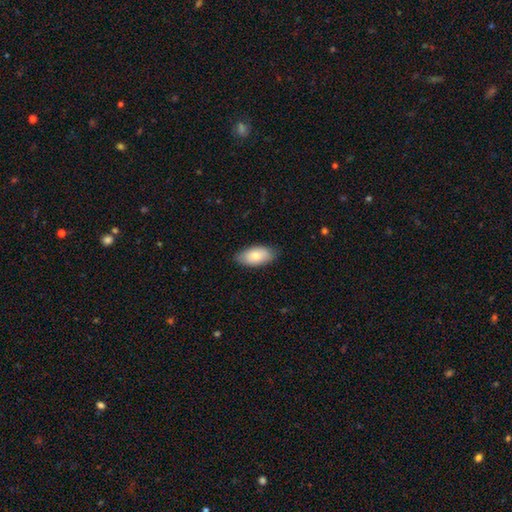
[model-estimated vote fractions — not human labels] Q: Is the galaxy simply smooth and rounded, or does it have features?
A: smooth — 78%.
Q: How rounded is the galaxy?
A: in between — 93%.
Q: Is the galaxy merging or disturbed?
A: none — 82%.